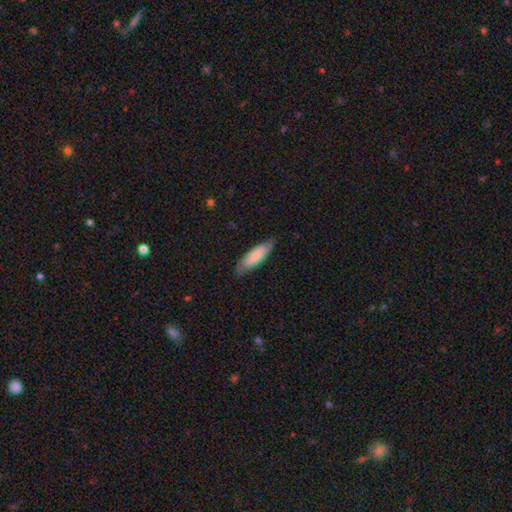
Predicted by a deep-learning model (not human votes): smooth-or-featured: smooth: 72% | featured or disk: 22% | star or artifact: 5%
  how-rounded: in between: 54% | cigar-shaped: 44% | round: 1%
  merging: none: 76% | minor disturbance: 19% | major disturbance: 3% | merger: 1%